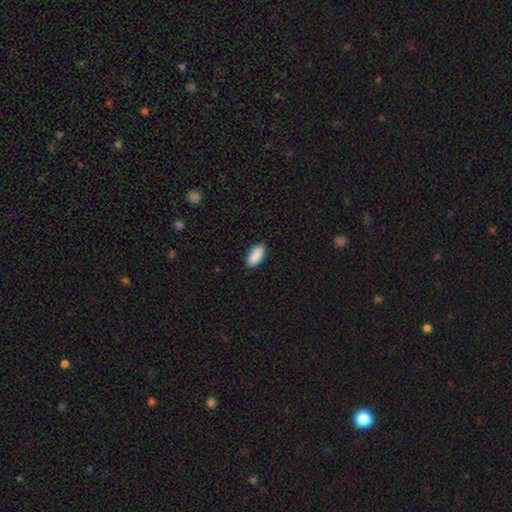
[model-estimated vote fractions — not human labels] The model was most divided on "merging": none: 86%, minor disturbance: 11%, major disturbance: 2%, merger: 1%. More confident: how rounded — in between (94%); smooth or featured — smooth (91%).